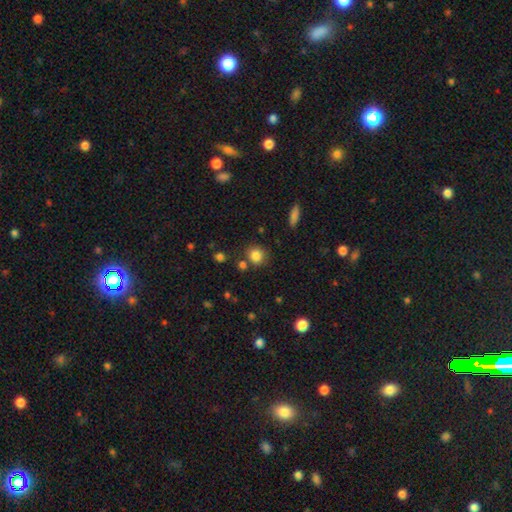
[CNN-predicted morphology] Smooth or featured?
  - smooth: 84% *
  - star or artifact: 11%
  - featured or disk: 5%
How rounded?
  - round: 85% *
  - in between: 14%
  - cigar-shaped: 1%
Merging?
  - none: 77% *
  - minor disturbance: 11%
  - merger: 9%
  - major disturbance: 3%